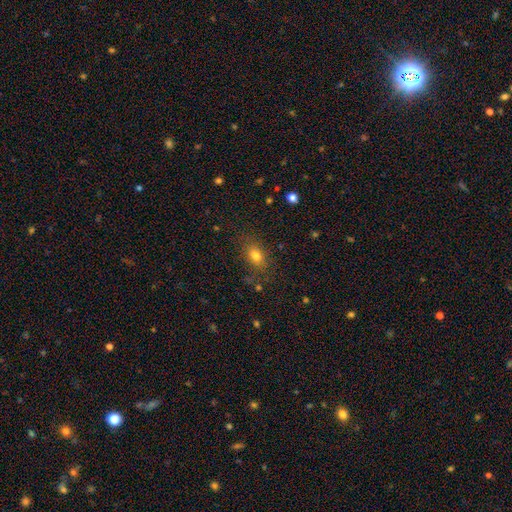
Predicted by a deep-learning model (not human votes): smooth 78%, star or artifact 12%, featured or disk 9%. Down the decision tree: how rounded — in between (74%); merging — none (81%).